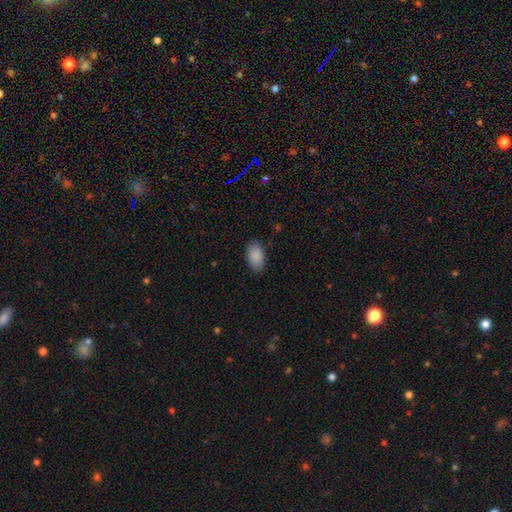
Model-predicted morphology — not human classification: Overall: smooth (89%). How rounded: in between (92%). Merging: none (86%).